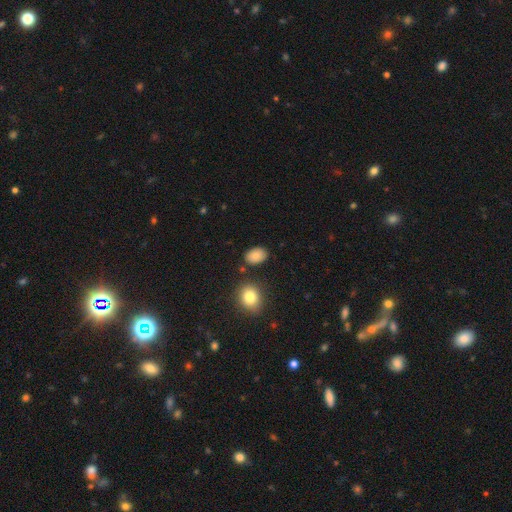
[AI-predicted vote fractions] Smooth or featured?
  - smooth: 86% *
  - star or artifact: 9%
  - featured or disk: 5%
How rounded?
  - in between: 82% *
  - round: 16%
  - cigar-shaped: 1%
Merging?
  - none: 82% *
  - minor disturbance: 11%
  - merger: 4%
  - major disturbance: 3%